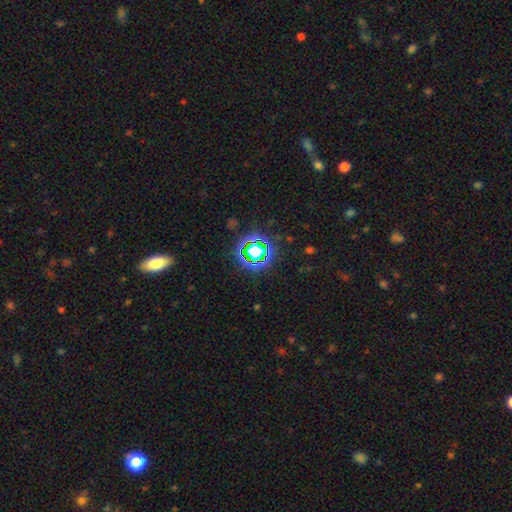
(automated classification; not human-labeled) Smooth or featured: star or artifact — 72% (smooth — 19%)